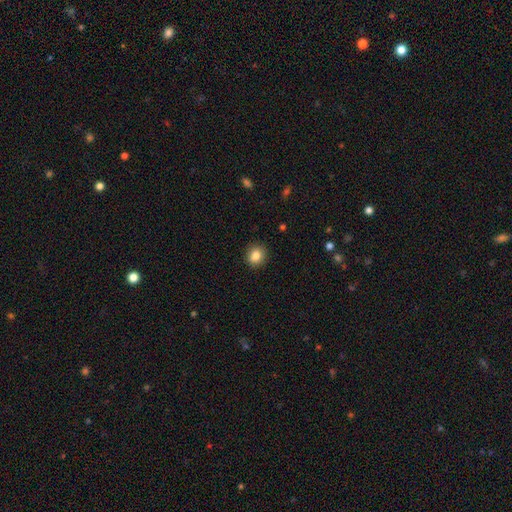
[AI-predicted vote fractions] The model was most divided on "how rounded": round: 78%, in between: 21%, cigar-shaped: 1%. More confident: merging — none (90%); smooth or featured — smooth (84%).